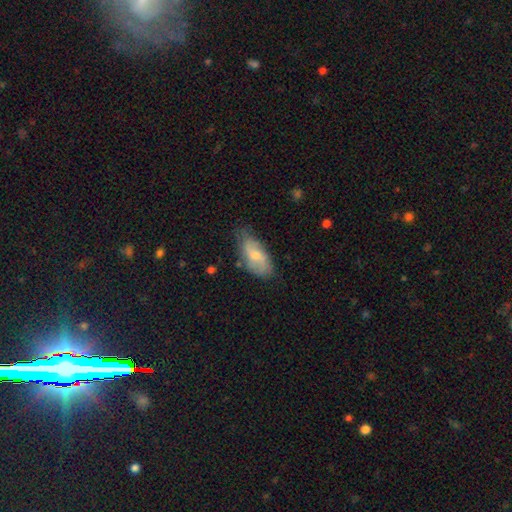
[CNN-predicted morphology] Smooth or featured: smooth — 51% (featured or disk — 43%)
How rounded: in between — 87% (cigar-shaped — 10%)
Merging: none — 65% (minor disturbance — 27%)